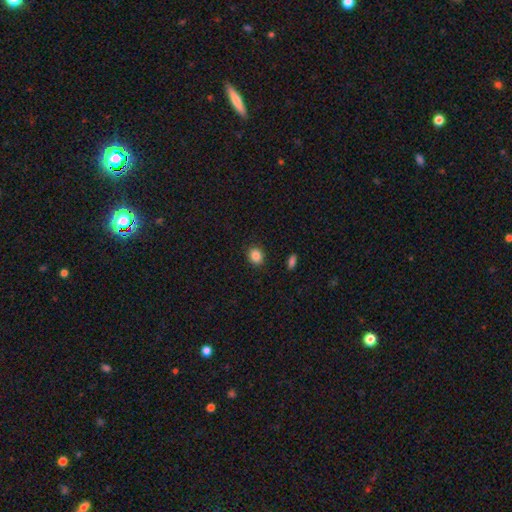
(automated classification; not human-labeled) Overall: smooth (87%). How rounded: round (60%; in between 39%). Merging: none (90%).